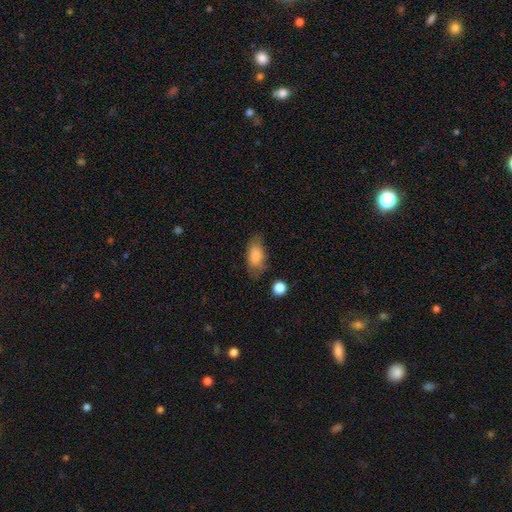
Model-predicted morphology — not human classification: A smooth galaxy with no disk features (82%) that is in between round and cigar-shaped (90%).

Vote fractions:
- Smooth or featured? smooth: 82% / featured or disk: 10% / star or artifact: 8%
- How rounded? in between: 90% / cigar-shaped: 5% / round: 5%
- Merging? none: 64% / minor disturbance: 24% / major disturbance: 9% / merger: 4%